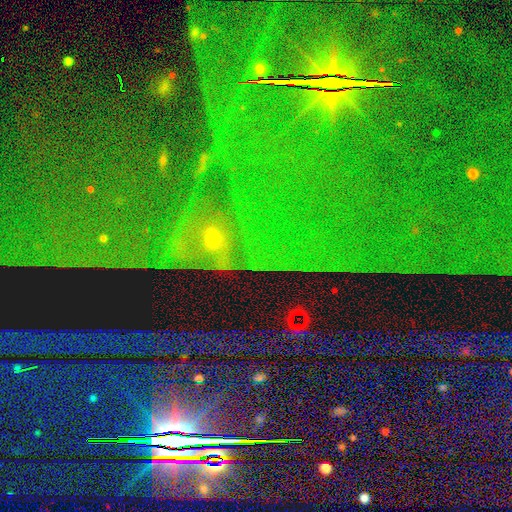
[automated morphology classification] smooth-or-featured: star or artifact: 78% | featured or disk: 12% | smooth: 10%